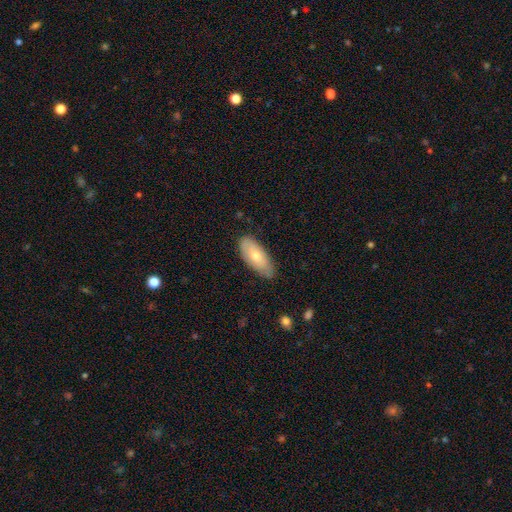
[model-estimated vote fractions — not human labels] smooth 72%, featured or disk 23%, star or artifact 6%. Down the decision tree: how rounded — in between (84%); merging — none (79%).